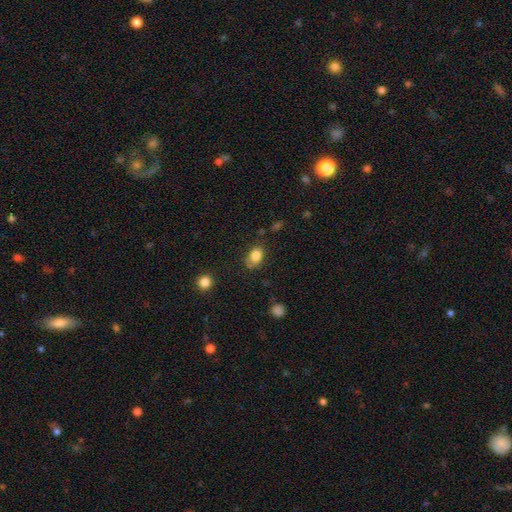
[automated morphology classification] Q: Smooth or featured?
A: smooth (84%); runner-up: star or artifact (10%)
Q: How rounded?
A: in between (74%); runner-up: round (25%)
Q: Merging?
A: none (70%); runner-up: minor disturbance (20%)